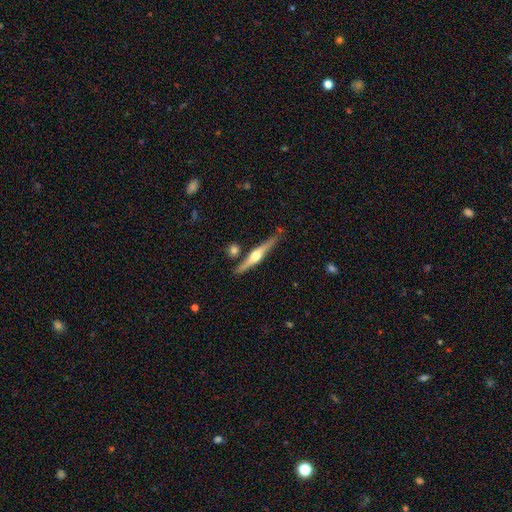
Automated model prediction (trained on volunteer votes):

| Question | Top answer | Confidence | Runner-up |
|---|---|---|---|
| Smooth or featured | featured or disk | 75% | smooth (20%) |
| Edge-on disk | yes | 98% | no (2%) |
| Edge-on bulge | rounded | 94% | boxy (3%) |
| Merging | none | 81% | minor disturbance (11%) |